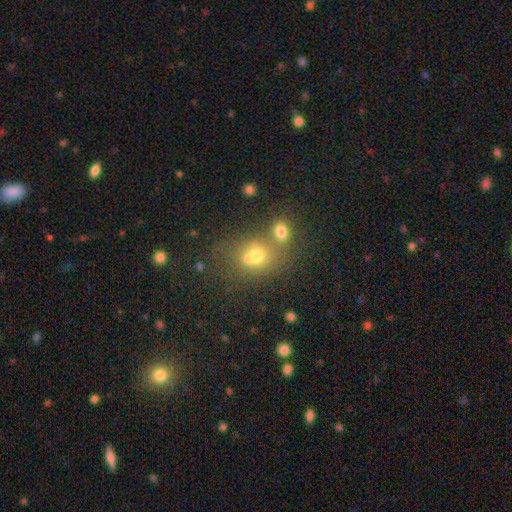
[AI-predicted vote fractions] Smooth or featured? Predicted: smooth (p=0.62). How rounded? Predicted: round (p=0.66). Merging? Predicted: merger (p=0.44, tied with none).